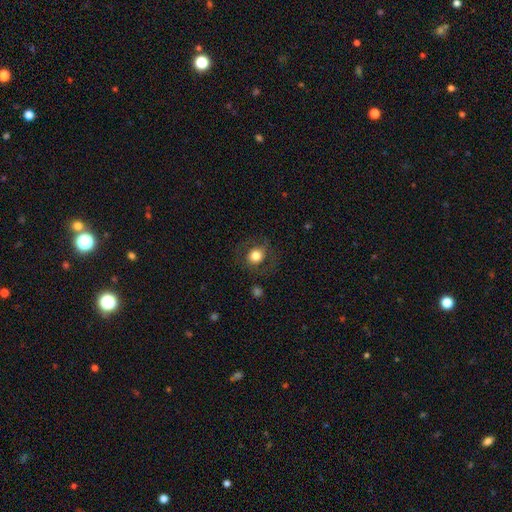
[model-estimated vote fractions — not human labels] smooth_or_featured: smooth (p=0.70) [alt: featured or disk p=0.21]
how_rounded: round (p=0.71) [alt: in between p=0.28]
merging: none (p=0.76) [alt: minor disturbance p=0.13]